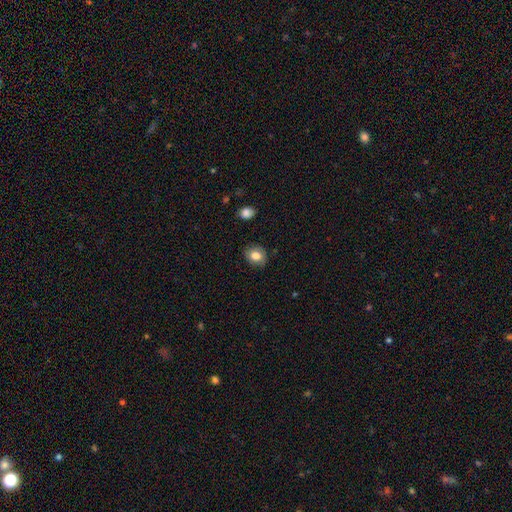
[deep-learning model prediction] This appears to be a smooth galaxy with no disk features (81%) that is round (58%). Merging: none (84%).